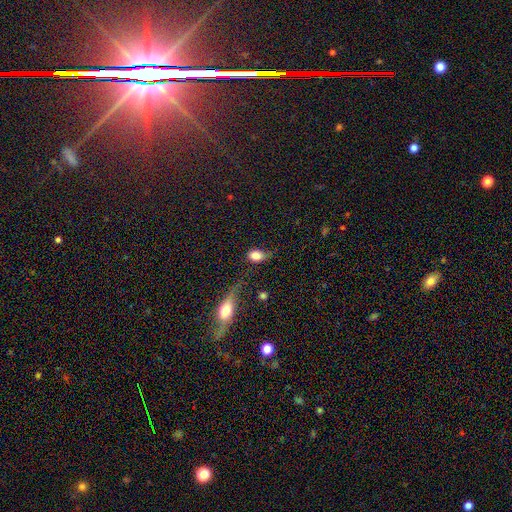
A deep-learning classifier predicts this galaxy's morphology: Q: Smooth or featured?
A: smooth (81%); runner-up: featured or disk (11%)
Q: How rounded?
A: in between (80%); runner-up: round (17%)
Q: Merging?
A: none (43%); runner-up: minor disturbance (30%)